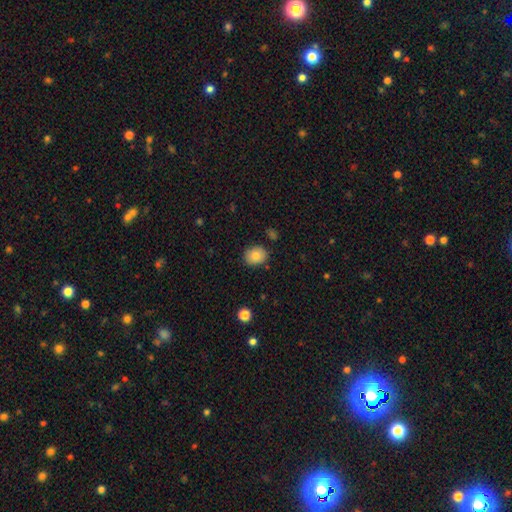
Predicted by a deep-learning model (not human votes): smooth-or-featured: smooth: 83% | star or artifact: 9% | featured or disk: 8%
  how-rounded: round: 55% | in between: 45% | cigar-shaped: 1%
  merging: none: 84% | minor disturbance: 11% | major disturbance: 2% | merger: 2%